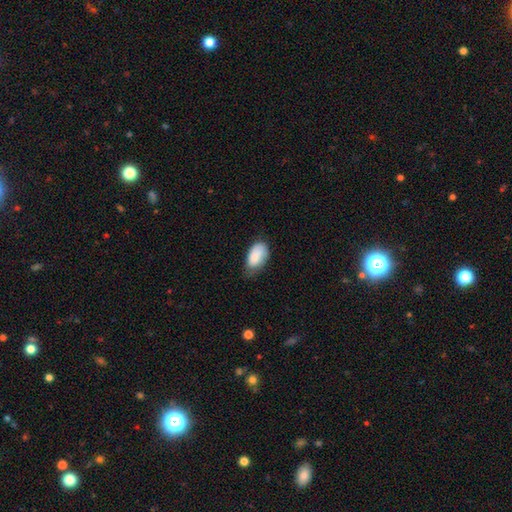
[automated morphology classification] A smooth galaxy with no disk features (81%) that is in between round and cigar-shaped (94%). Merging: none (47%).